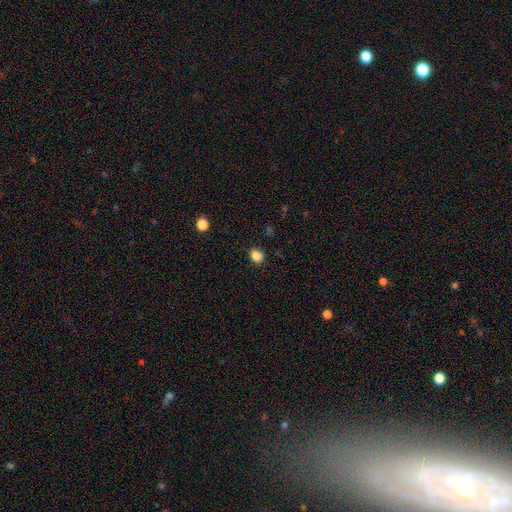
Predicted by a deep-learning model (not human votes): smooth-or-featured: smooth: 83% | star or artifact: 12% | featured or disk: 5%
  how-rounded: round: 57% | in between: 42% | cigar-shaped: 1%
  merging: none: 83% | minor disturbance: 12% | major disturbance: 3% | merger: 2%